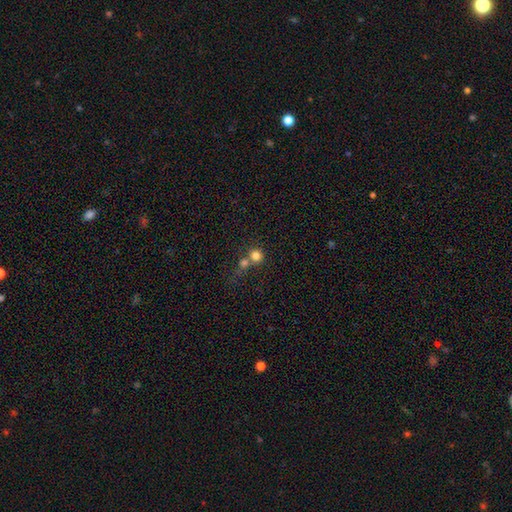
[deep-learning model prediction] Smooth or featured? smooth (79%)
How rounded? round (91%)
Merging? none (47%)